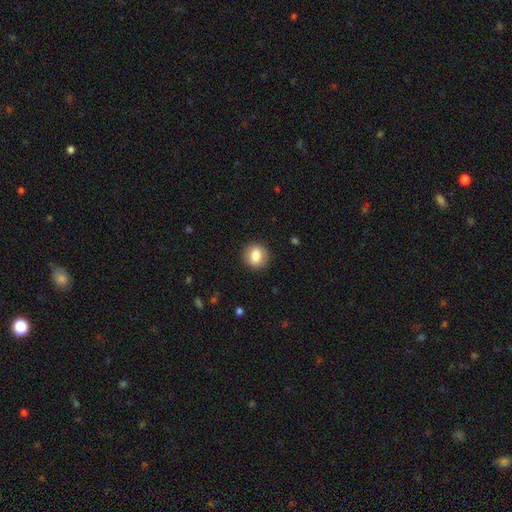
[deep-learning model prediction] A smooth galaxy with no disk features (82%) that is round (76%).

Vote fractions:
- Smooth or featured? smooth: 82% / featured or disk: 9% / star or artifact: 9%
- How rounded? round: 76% / in between: 23% / cigar-shaped: 1%
- Merging? none: 89% / minor disturbance: 7% / major disturbance: 2% / merger: 1%